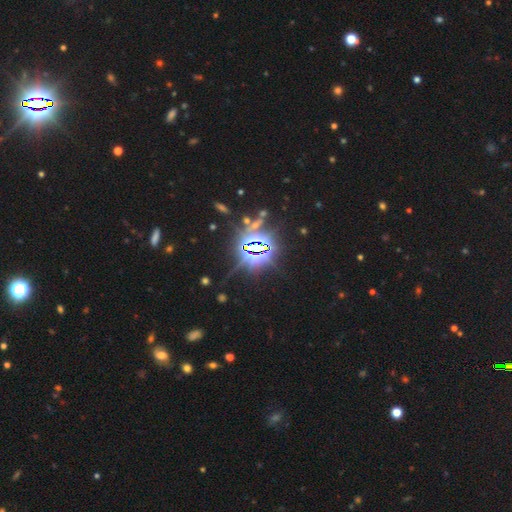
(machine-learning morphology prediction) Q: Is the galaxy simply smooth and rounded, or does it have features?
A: star or artifact — 85%.